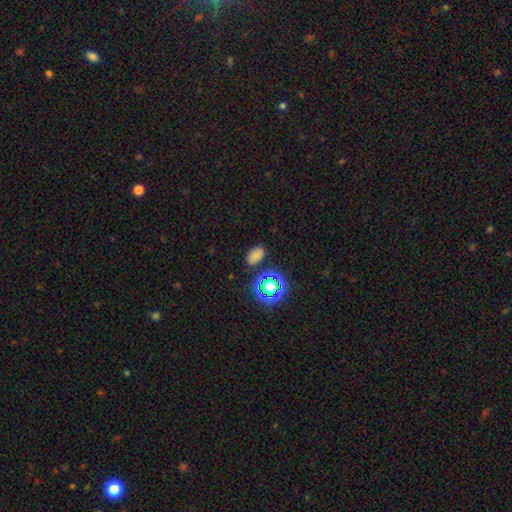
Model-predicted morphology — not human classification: Smooth or featured: smooth — 69% (star or artifact — 25%)
How rounded: in between — 86% (round — 12%)
Merging: none — 81% (minor disturbance — 11%)